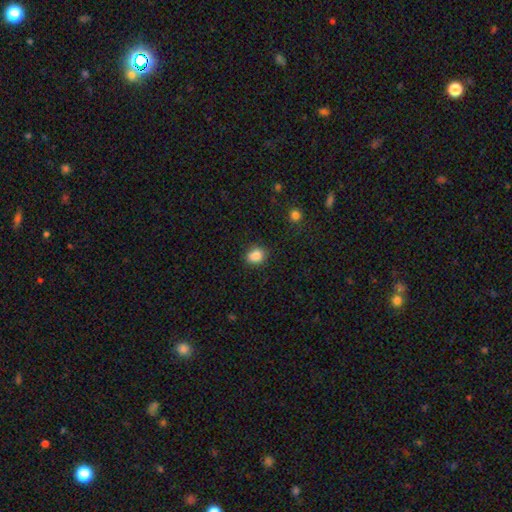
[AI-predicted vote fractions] This appears to be a smooth galaxy with no disk features (87%) that is round (52%). Merging: none (82%).